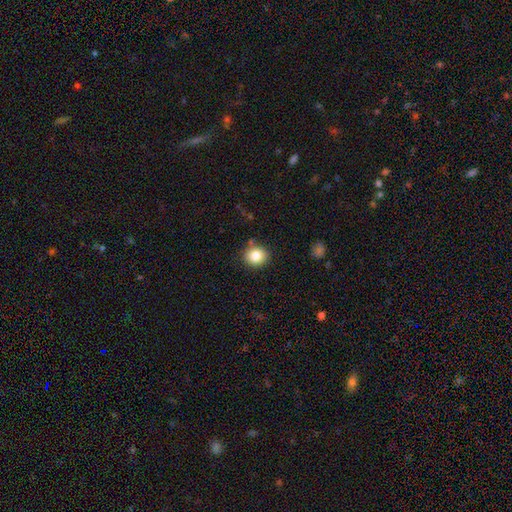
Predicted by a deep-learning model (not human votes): smooth 85%, star or artifact 10%, featured or disk 6%. Down the decision tree: how rounded — round (78%); merging — none (85%).